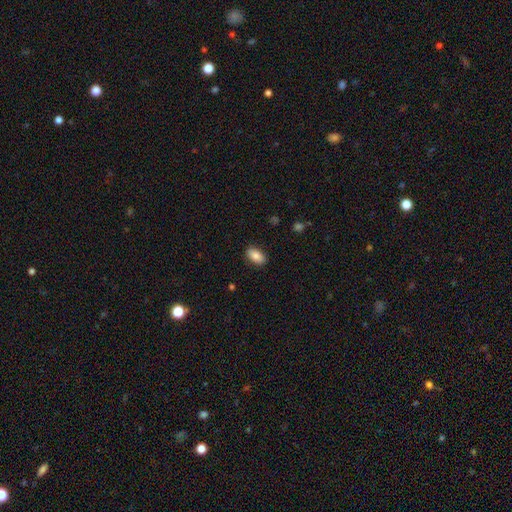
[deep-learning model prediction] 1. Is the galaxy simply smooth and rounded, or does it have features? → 83% smooth, 10% featured or disk, 7% star or artifact.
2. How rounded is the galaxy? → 92% in between, 5% round, 3% cigar-shaped.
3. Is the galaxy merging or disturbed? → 87% none, 10% minor disturbance, 2% major disturbance, 1% merger.